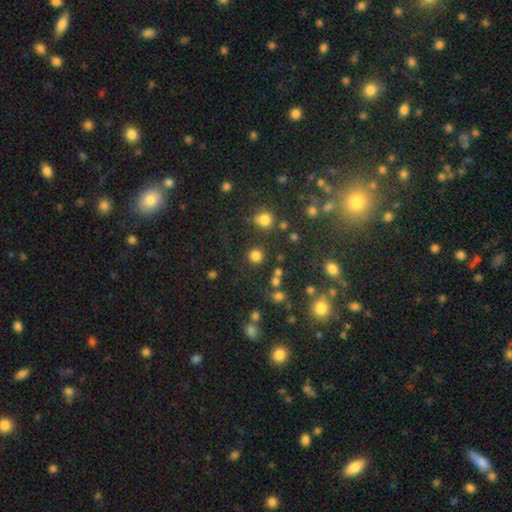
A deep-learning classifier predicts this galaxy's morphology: Smooth or featured? Predicted: smooth (p=0.79). How rounded? Predicted: round (p=0.90). Merging? Predicted: none (p=0.82).